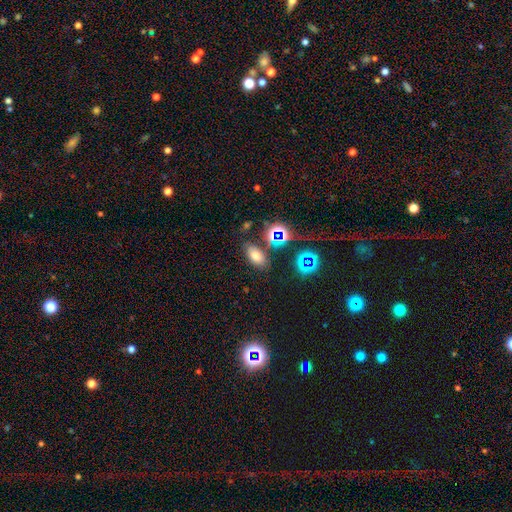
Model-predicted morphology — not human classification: A smooth galaxy with no disk features (66%) that is in between round and cigar-shaped (88%). Merging: none (76%).